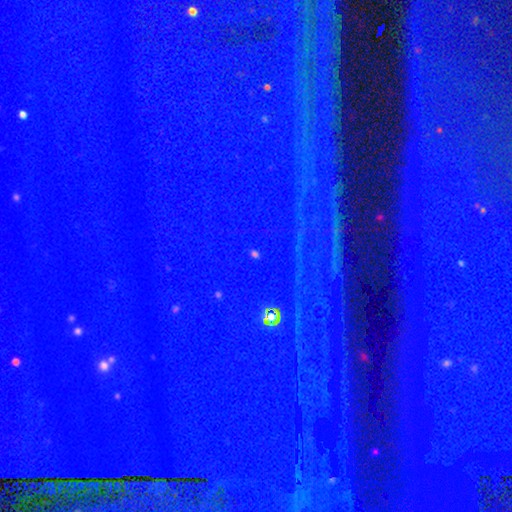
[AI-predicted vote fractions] This appears to be a star or artifact, not a galaxy (87%).